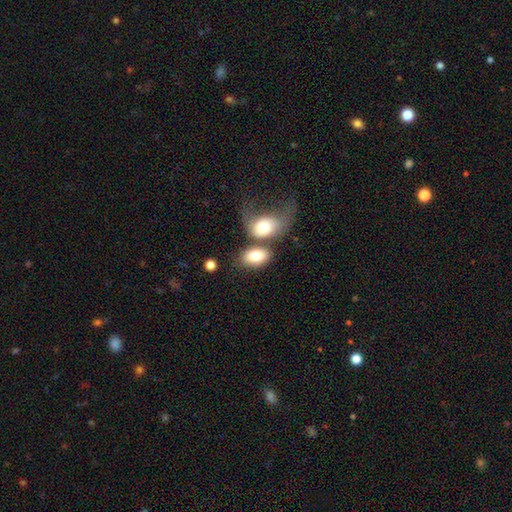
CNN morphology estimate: smooth_or_featured: smooth (p=0.82) [alt: featured or disk p=0.12]
how_rounded: in between (p=0.87) [alt: round p=0.11]
merging: merger (p=0.47) [alt: none p=0.29]